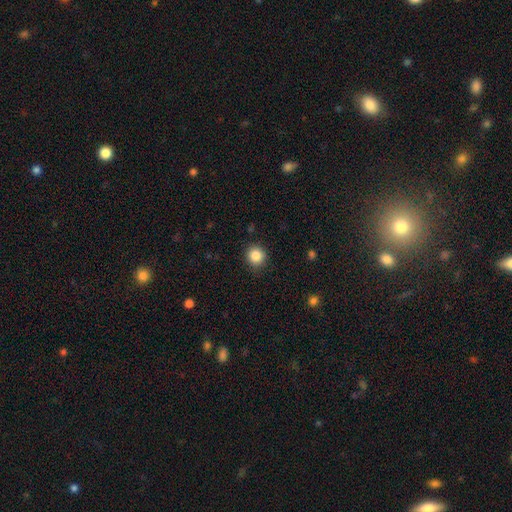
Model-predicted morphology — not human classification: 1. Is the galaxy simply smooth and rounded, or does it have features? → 86% smooth, 10% star or artifact, 4% featured or disk.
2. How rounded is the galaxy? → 90% round, 9% in between, 1% cigar-shaped.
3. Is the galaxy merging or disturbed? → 89% none, 8% minor disturbance, 2% major disturbance, 1% merger.